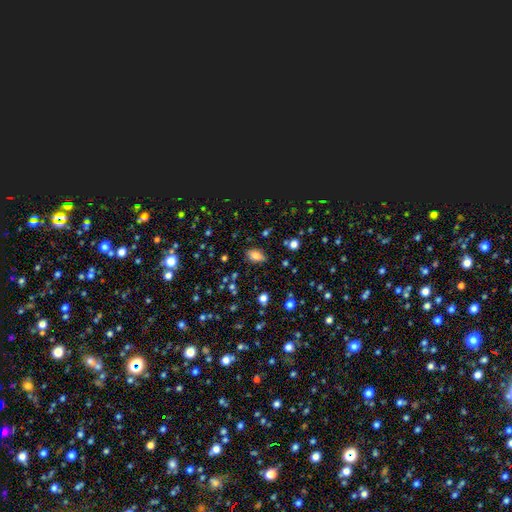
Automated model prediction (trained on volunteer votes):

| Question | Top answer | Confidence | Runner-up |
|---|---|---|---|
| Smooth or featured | smooth | 78% | star or artifact (12%) |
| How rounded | in between | 88% | round (9%) |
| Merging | none | 81% | minor disturbance (14%) |